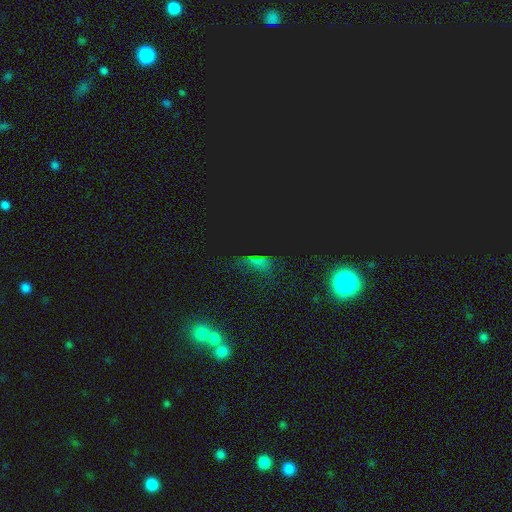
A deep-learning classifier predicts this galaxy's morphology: This appears to be a star or artifact, not a galaxy (53%).